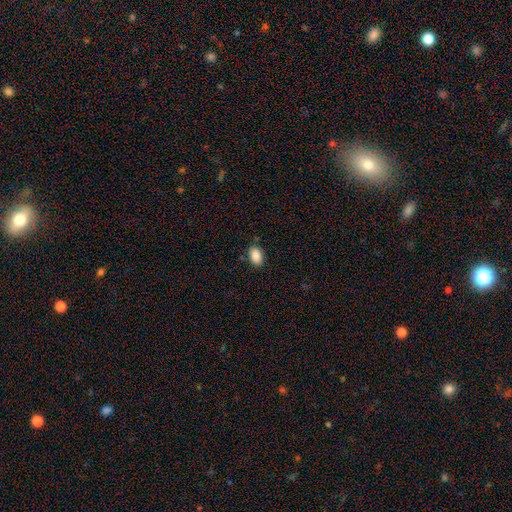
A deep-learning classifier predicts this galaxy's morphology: smooth-or-featured: smooth: 89% | star or artifact: 7% | featured or disk: 4%
  how-rounded: in between: 89% | round: 9% | cigar-shaped: 1%
  merging: none: 85% | minor disturbance: 11% | major disturbance: 2% | merger: 2%